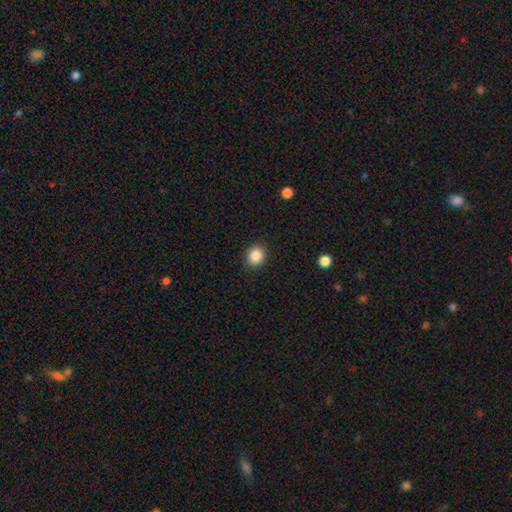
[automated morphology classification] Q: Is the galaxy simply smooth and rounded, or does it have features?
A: smooth — 87%.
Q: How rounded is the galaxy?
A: round — 67%.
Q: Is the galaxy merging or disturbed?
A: none — 89%.